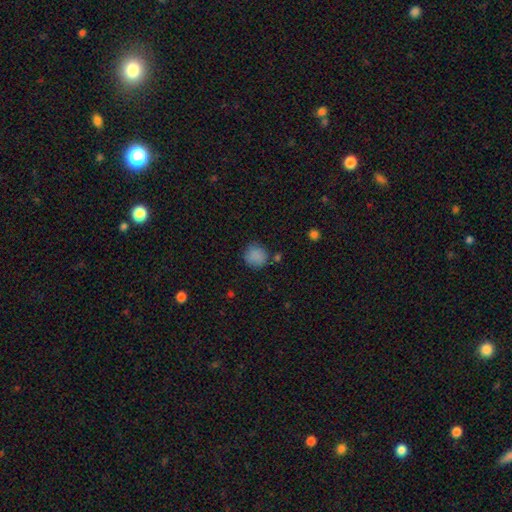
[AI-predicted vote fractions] A smooth galaxy with no disk features (85%) that is round (85%). Merging: none (74%).